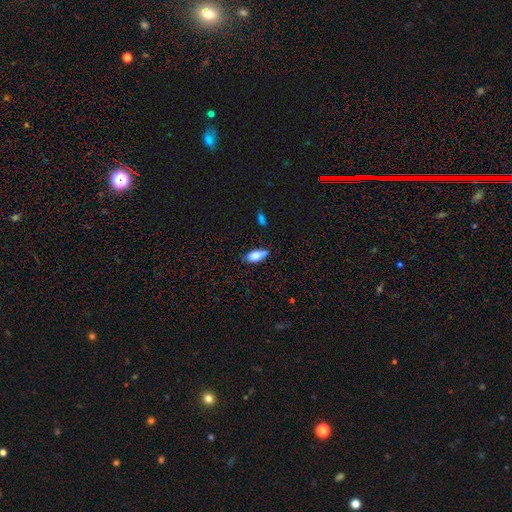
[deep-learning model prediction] smooth 80%, featured or disk 12%, star or artifact 8%. Down the decision tree: how rounded — in between (86%); merging — none (51%).